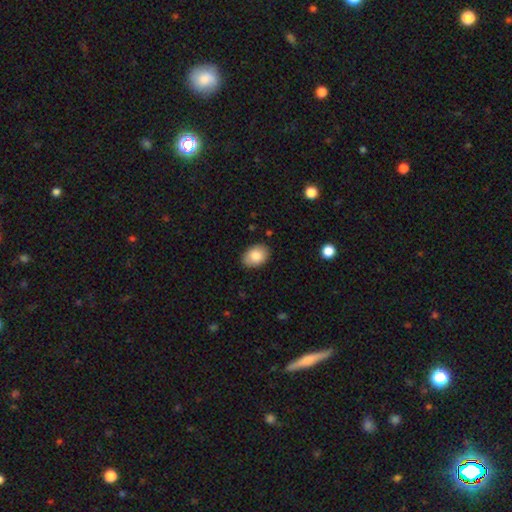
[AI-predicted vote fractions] Smooth or featured: smooth — 85% (featured or disk — 8%)
How rounded: in between — 80% (round — 19%)
Merging: none — 86% (minor disturbance — 11%)